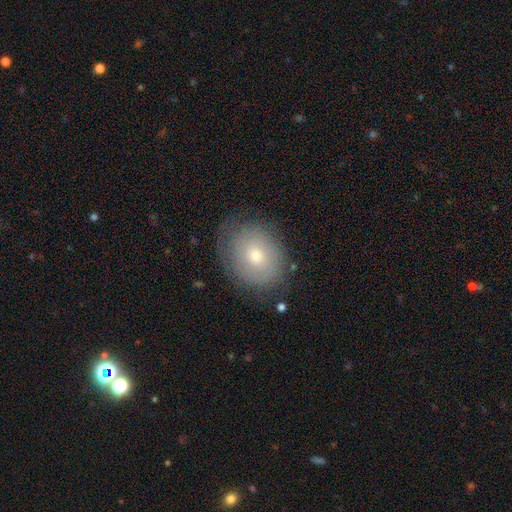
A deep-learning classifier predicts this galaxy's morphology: Smooth or featured? smooth (56%)
How rounded? round (51%)
Merging? none (73%)